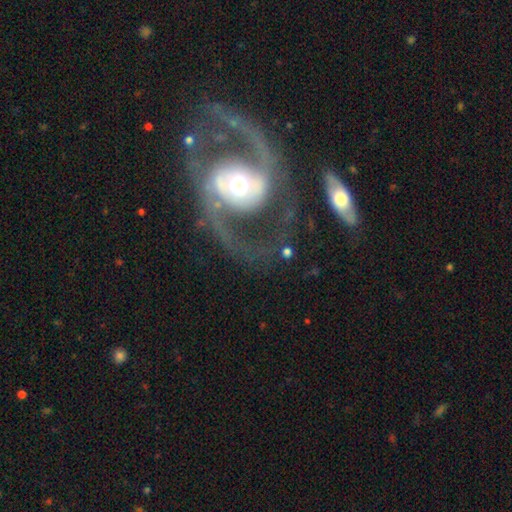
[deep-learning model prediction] Smooth or featured: featured or disk — 87% (smooth — 7%)
Edge-on disk: no — 96% (yes — 4%)
Bar: no — 46% (weak — 30%)
Spiral arms: yes — 93% (no — 7%)
Spiral winding: medium — 53% (loose — 32%)
Spiral arm count: 2 — 92% (can't tell — 2%)
Bulge size: moderate — 61% (large — 20%)
Merging: none — 67% (major disturbance — 14%)